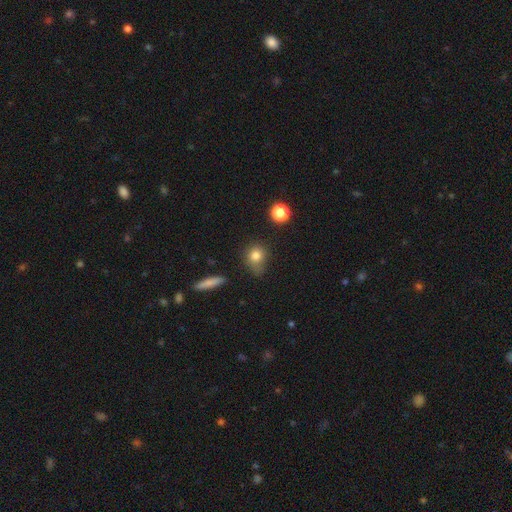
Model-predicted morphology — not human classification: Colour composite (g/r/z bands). It shows a smooth galaxy with no disk features (79%) that is round (69%). Merging: none (59%).